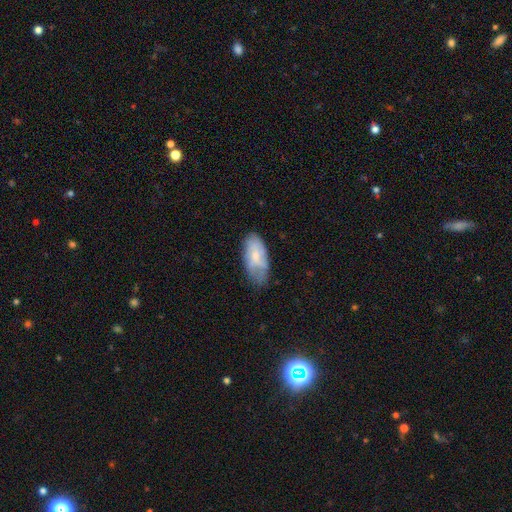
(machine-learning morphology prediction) Smooth or featured? Predicted: smooth (p=0.62). How rounded? Predicted: in between (p=0.92). Merging? Predicted: none (p=0.52).